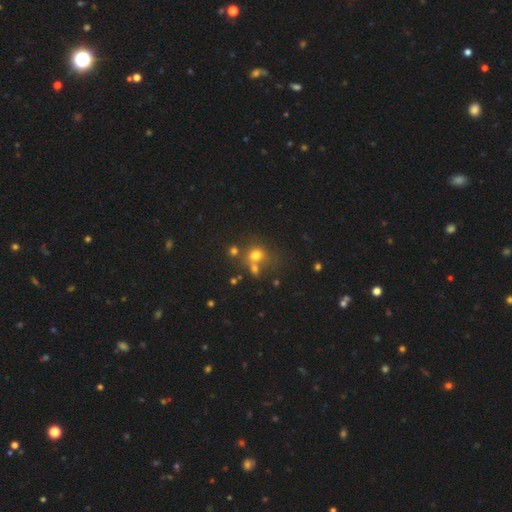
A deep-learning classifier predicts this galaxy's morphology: smooth 69%, star or artifact 19%, featured or disk 12%. Down the decision tree: how rounded — round (76%); merging — none (51%).